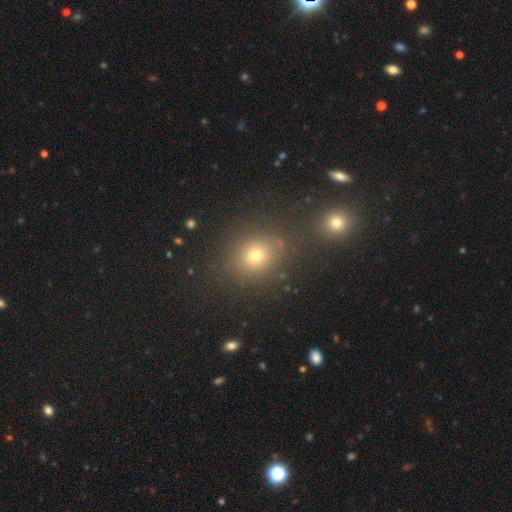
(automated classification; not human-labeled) A smooth galaxy with no disk features (71%) that is round (70%). Merging: none (78%).